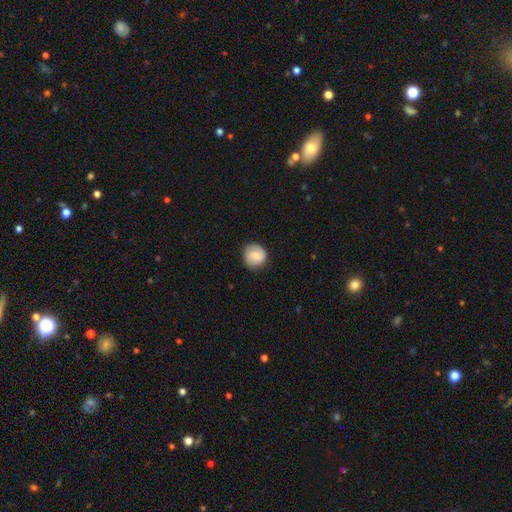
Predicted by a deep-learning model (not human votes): A smooth galaxy with no disk features (60%) that is round (90%).

Vote fractions:
- Smooth or featured? smooth: 60% / featured or disk: 33% / star or artifact: 7%
- How rounded? round: 90% / in between: 9% / cigar-shaped: 1%
- Merging? none: 84% / minor disturbance: 12% / major disturbance: 3% / merger: 1%